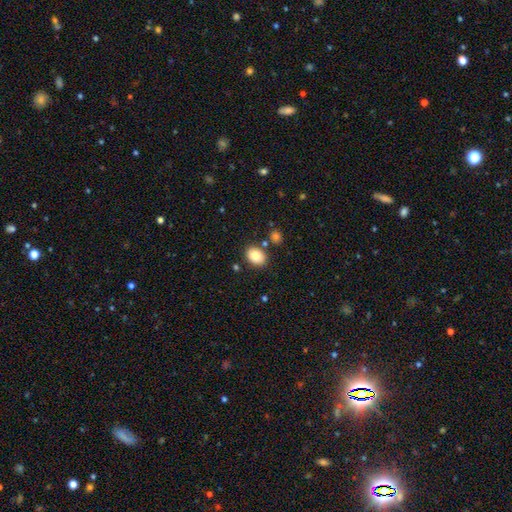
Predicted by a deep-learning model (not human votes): Overall: smooth (83%). How rounded: in between (67%; round 32%). Merging: none (83%).